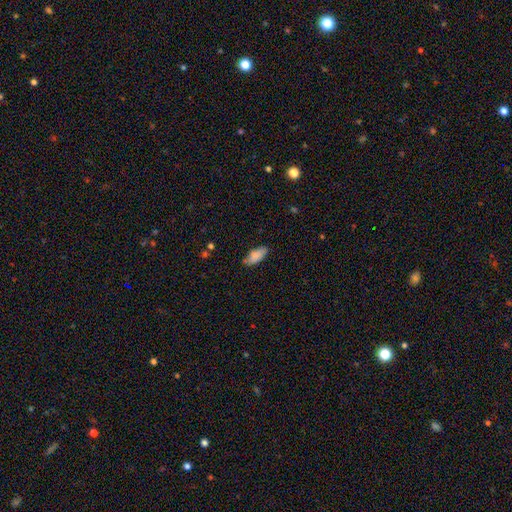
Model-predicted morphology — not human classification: A smooth galaxy with no disk features (85%) that is in between round and cigar-shaped (83%). Merging: none (76%).